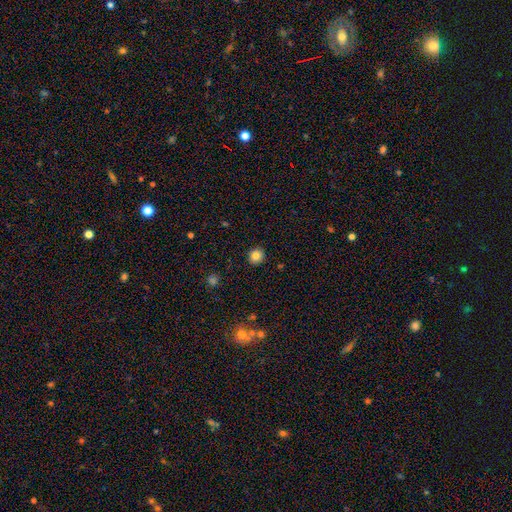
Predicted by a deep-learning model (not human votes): Smooth or featured? smooth (84%)
How rounded? round (91%)
Merging? none (92%)